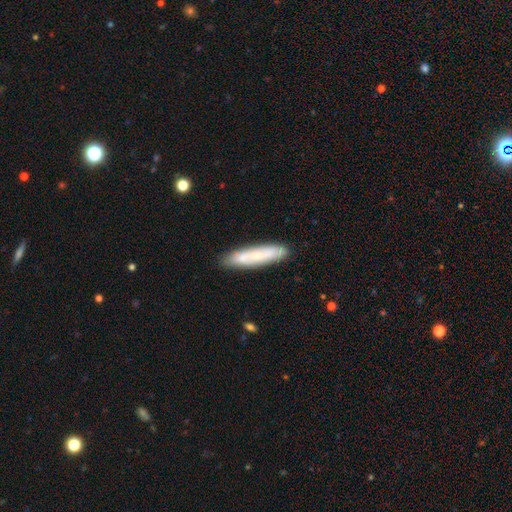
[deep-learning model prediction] smooth-or-featured: smooth: 64% | featured or disk: 29% | star or artifact: 7%
  how-rounded: cigar-shaped: 83% | in between: 16% | round: 1%
  merging: none: 83% | minor disturbance: 12% | merger: 3% | major disturbance: 2%